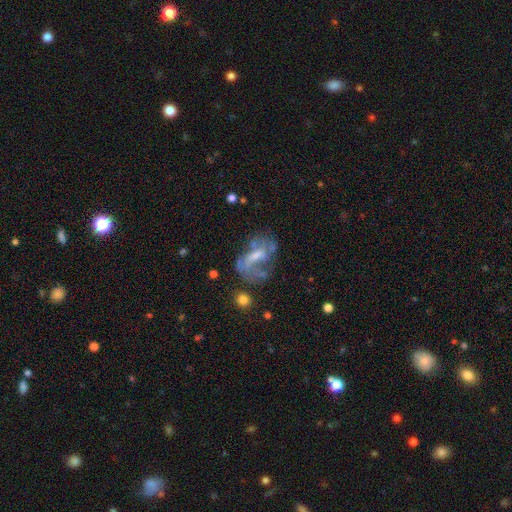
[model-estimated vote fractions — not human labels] smooth_or_featured: featured or disk (p=0.63) [alt: smooth p=0.25]
disk_edge_on: no (p=0.94) [alt: yes p=0.06]
bar: weak (p=0.42) [alt: no p=0.40]
has_spiral_arms: no (p=0.51) [alt: yes p=0.49]
bulge_size: moderate (p=0.36) [alt: small p=0.33]
merging: none (p=0.39) [alt: major disturbance p=0.32]